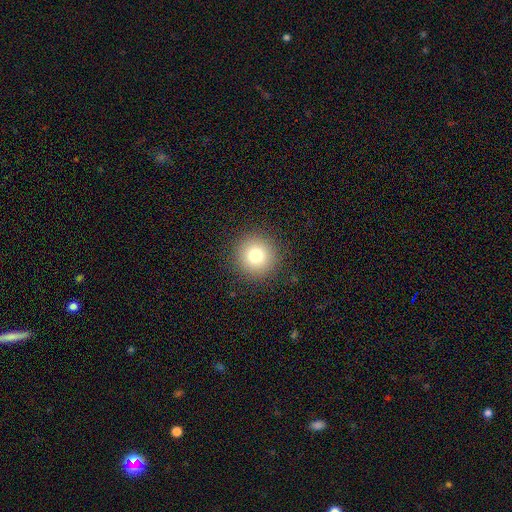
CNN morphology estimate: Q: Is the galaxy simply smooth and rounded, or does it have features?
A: smooth — 78%.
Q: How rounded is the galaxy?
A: round — 95%.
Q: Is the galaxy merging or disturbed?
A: none — 91%.